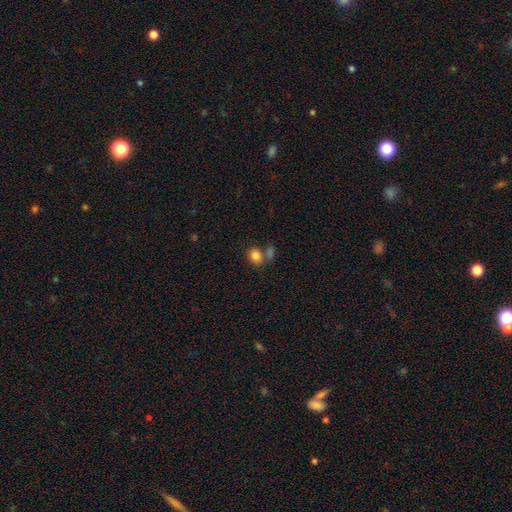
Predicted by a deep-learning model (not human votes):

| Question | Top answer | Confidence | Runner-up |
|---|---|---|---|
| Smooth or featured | smooth | 83% | star or artifact (10%) |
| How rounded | in between | 54% | round (45%) |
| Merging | none | 53% | merger (31%) |